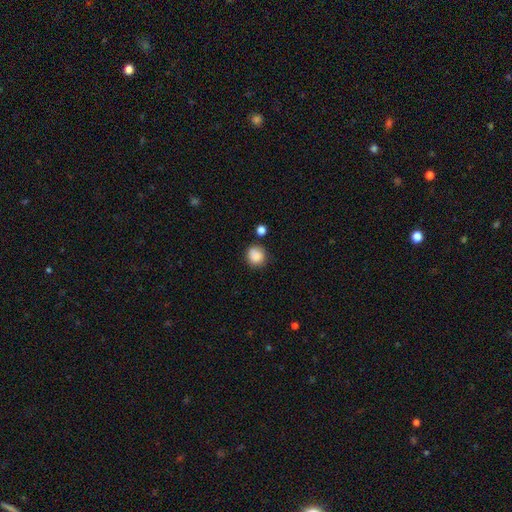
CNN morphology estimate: This is clearly a smooth galaxy (86%). How rounded: clearly round (85%). Merging: likely none (74%).